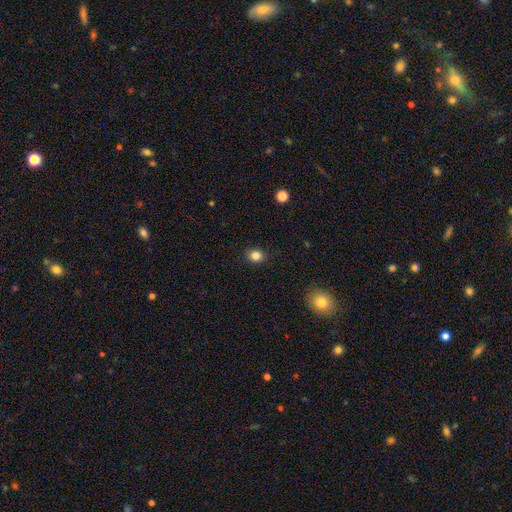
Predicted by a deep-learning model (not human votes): Smooth or featured?
  - smooth: 84% *
  - star or artifact: 12%
  - featured or disk: 5%
How rounded?
  - round: 69% *
  - in between: 30%
  - cigar-shaped: 1%
Merging?
  - none: 89% *
  - minor disturbance: 8%
  - major disturbance: 2%
  - merger: 1%